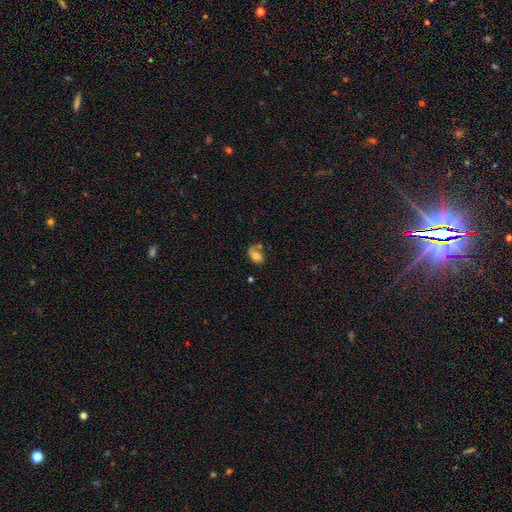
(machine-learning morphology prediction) This is likely a smooth galaxy (67%). How rounded: clearly in between (85%). Merging: marginally none (44%).